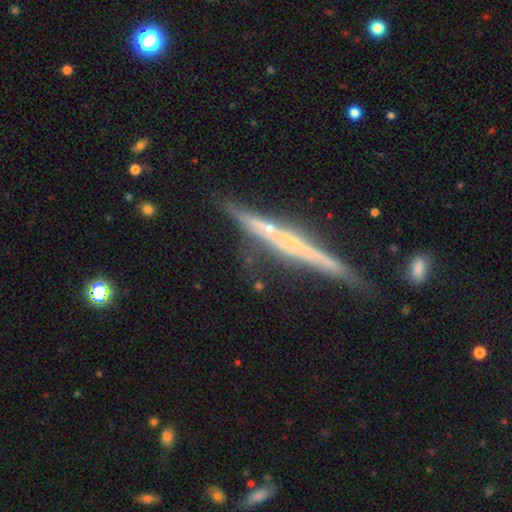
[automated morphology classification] Smooth or featured? featured or disk (72%)
Edge-on disk? yes (96%)
Edge-on bulge? none (65%)
Merging? none (77%)